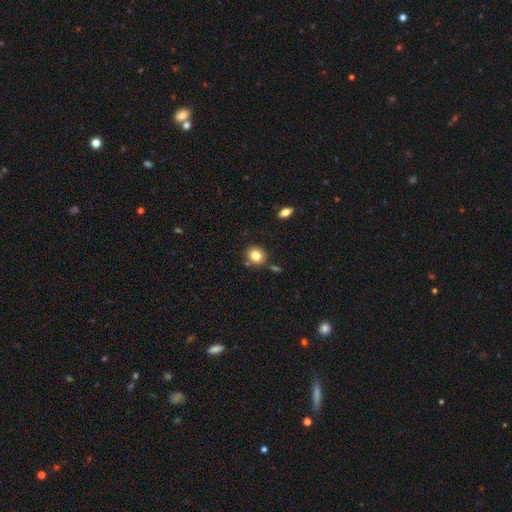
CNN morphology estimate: Overall: smooth (80%). How rounded: round (80%). Merging: none (78%).